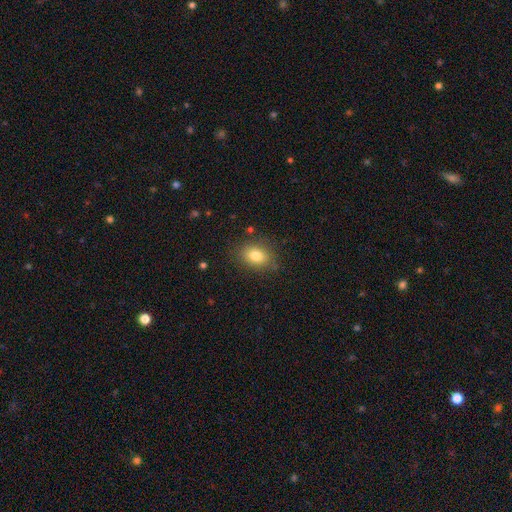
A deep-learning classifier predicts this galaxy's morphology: smooth 81%, star or artifact 10%, featured or disk 9%. Down the decision tree: how rounded — in between (68%); merging — none (82%).